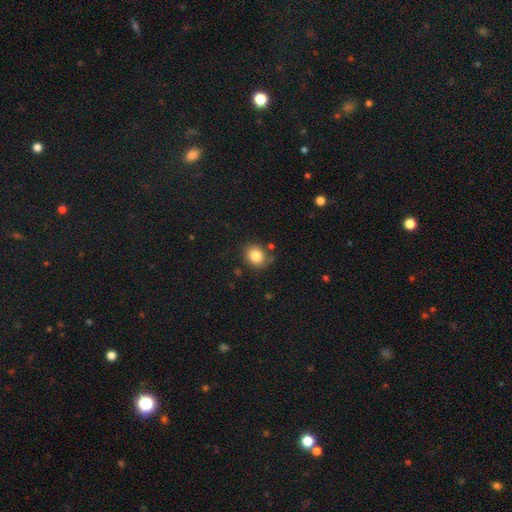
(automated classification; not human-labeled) smooth-or-featured: smooth: 83% | star or artifact: 10% | featured or disk: 7%
  how-rounded: round: 72% | in between: 27% | cigar-shaped: 1%
  merging: none: 79% | minor disturbance: 14% | merger: 4% | major disturbance: 4%